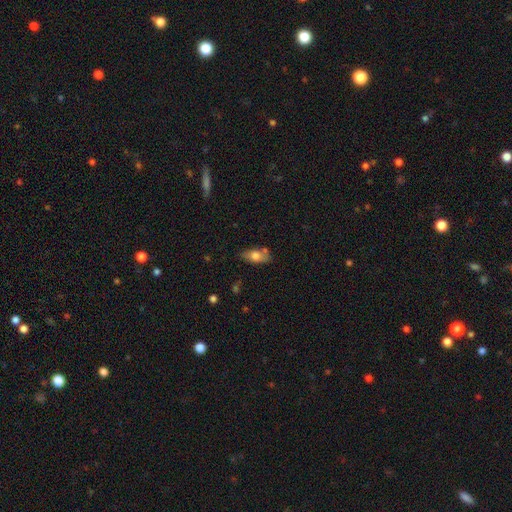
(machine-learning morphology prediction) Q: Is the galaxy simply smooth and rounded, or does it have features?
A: smooth — 70%.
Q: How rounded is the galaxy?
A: in between — 85%.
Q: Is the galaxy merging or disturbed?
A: none — 70%.